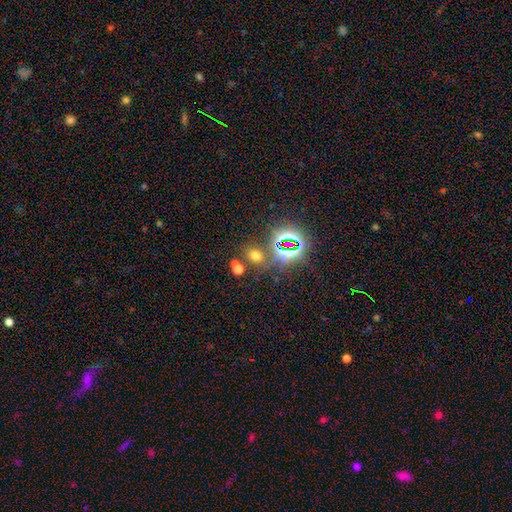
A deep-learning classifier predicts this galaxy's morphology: Smooth or featured?
  - smooth: 53% *
  - star or artifact: 38%
  - featured or disk: 9%
How rounded?
  - in between: 50% *
  - round: 49%
  - cigar-shaped: 2%
Merging?
  - none: 72% *
  - merger: 13%
  - minor disturbance: 10%
  - major disturbance: 5%